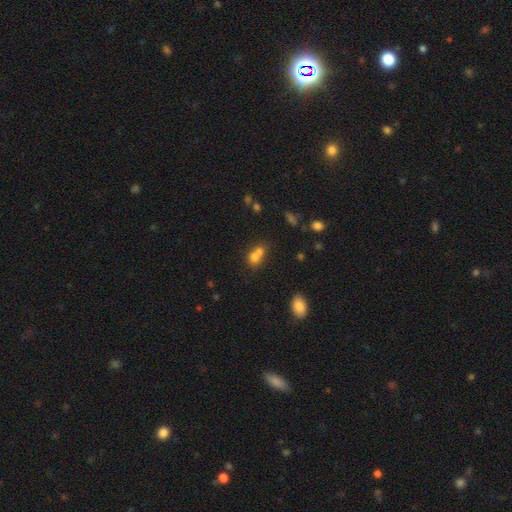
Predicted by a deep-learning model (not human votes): The model was most divided on "merging": merger: 61%, none: 29%, minor disturbance: 6%, major disturbance: 3%. More confident: smooth or featured — smooth (73%); how rounded — round (68%).